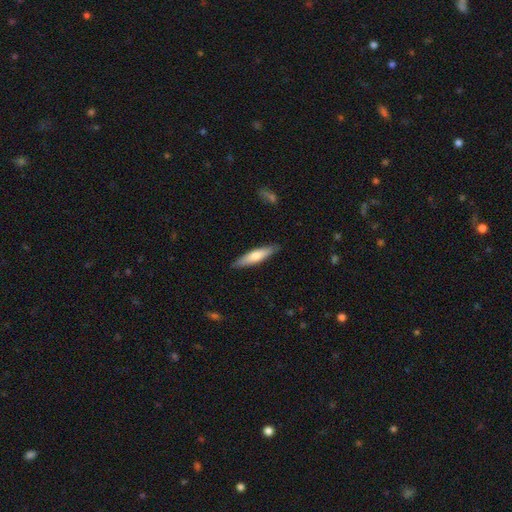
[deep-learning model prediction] smooth-or-featured: smooth: 63% | featured or disk: 32% | star or artifact: 5%
  how-rounded: cigar-shaped: 79% | in between: 20% | round: 1%
  merging: none: 88% | minor disturbance: 9% | major disturbance: 2% | merger: 1%